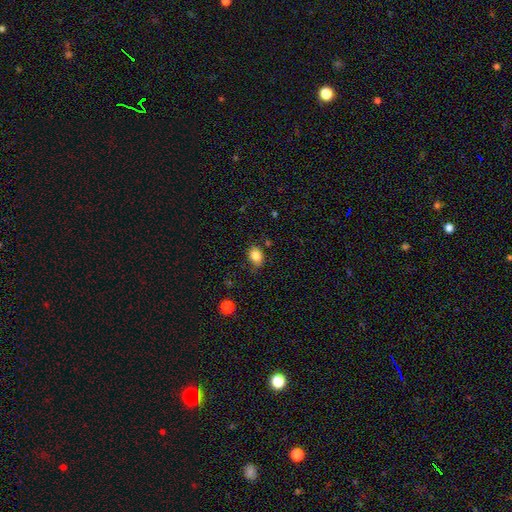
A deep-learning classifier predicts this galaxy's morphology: A smooth galaxy with no disk features (84%) that is in between round and cigar-shaped (60%).

Vote fractions:
- Smooth or featured? smooth: 84% / star or artifact: 10% / featured or disk: 6%
- How rounded? in between: 60% / round: 39% / cigar-shaped: 1%
- Merging? none: 78% / minor disturbance: 16% / major disturbance: 3% / merger: 3%